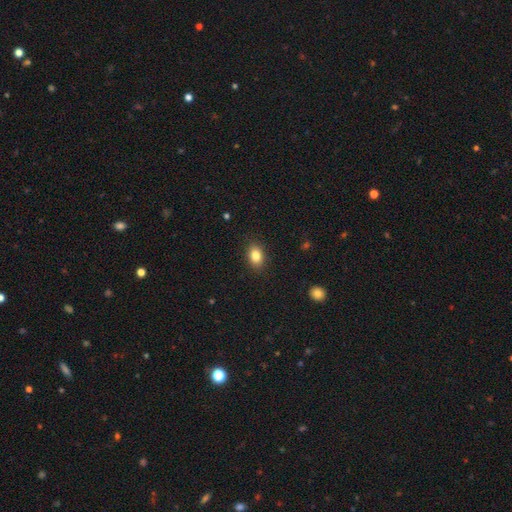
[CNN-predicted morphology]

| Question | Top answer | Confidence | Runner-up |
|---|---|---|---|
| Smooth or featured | smooth | 84% | star or artifact (9%) |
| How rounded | in between | 76% | round (23%) |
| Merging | none | 88% | minor disturbance (9%) |